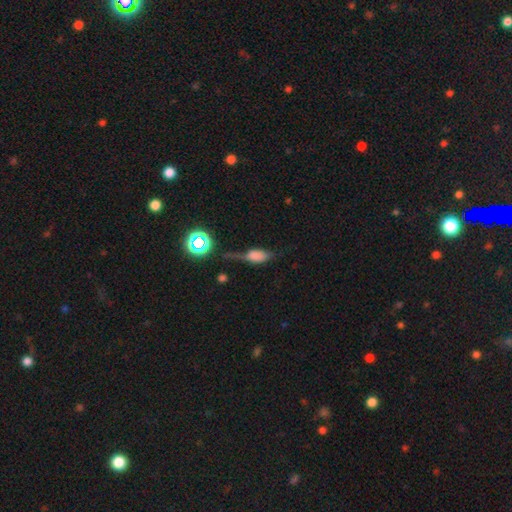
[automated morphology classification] This appears to be a smooth galaxy with no disk features (58%) that is in between round and cigar-shaped (74%). Merging: none (34%).